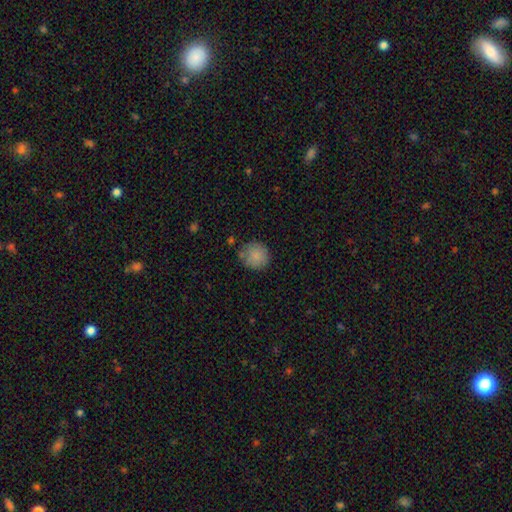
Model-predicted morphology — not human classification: A smooth galaxy with no disk features (86%) that is round (90%). Merging: none (75%).